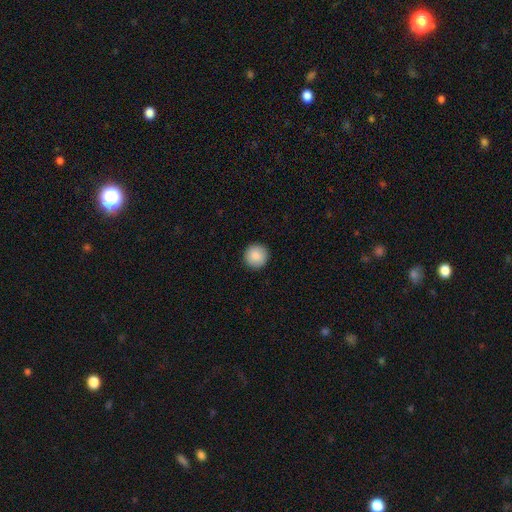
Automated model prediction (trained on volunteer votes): smooth_or_featured: smooth (p=0.88) [alt: star or artifact p=0.08]
how_rounded: round (p=0.96) [alt: in between p=0.03]
merging: none (p=0.93) [alt: minor disturbance p=0.05]